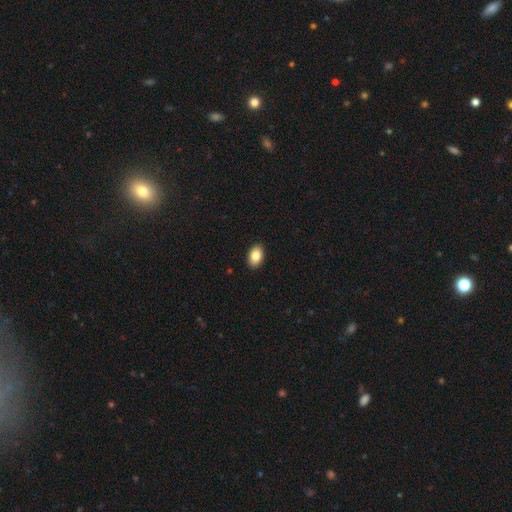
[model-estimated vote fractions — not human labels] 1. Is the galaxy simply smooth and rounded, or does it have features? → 85% smooth, 7% featured or disk, 7% star or artifact.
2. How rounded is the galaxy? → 89% in between, 9% round, 1% cigar-shaped.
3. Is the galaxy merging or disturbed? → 91% none, 7% minor disturbance, 2% major disturbance, 1% merger.